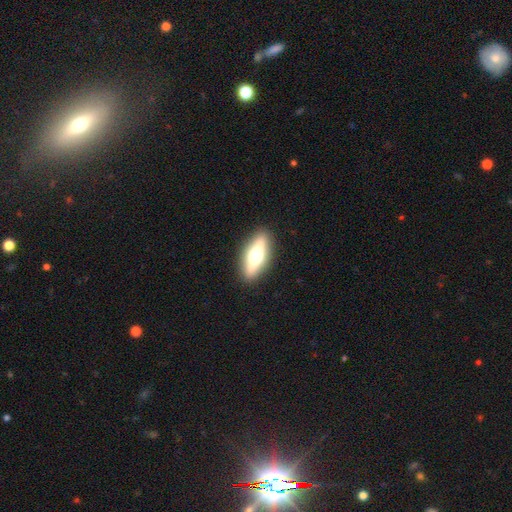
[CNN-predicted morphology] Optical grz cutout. It shows a featured or disk galaxy (51%) viewed edge-on (87%). Merging: none (89%).